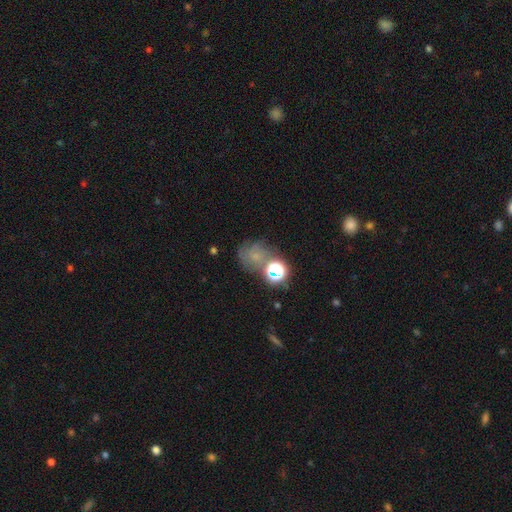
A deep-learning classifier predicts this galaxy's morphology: This appears to be a smooth galaxy with no disk features (43%). Merging: none (51%).